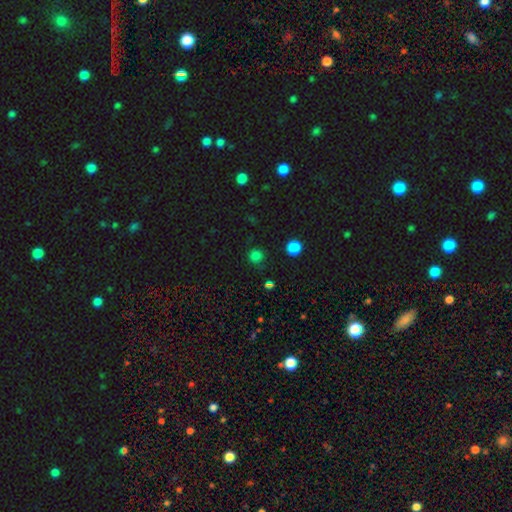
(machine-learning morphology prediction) Overall: smooth (75%). How rounded: round (92%). Merging: none (86%).